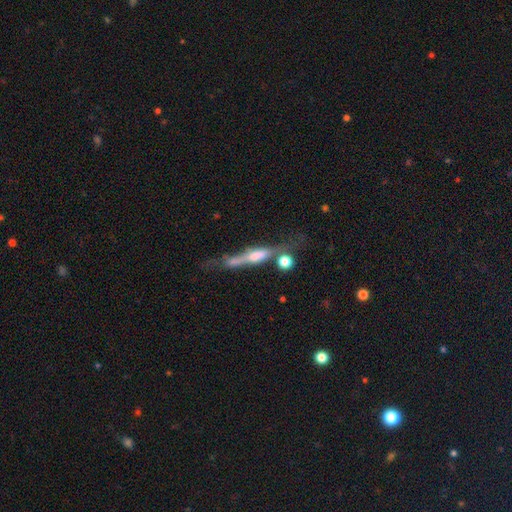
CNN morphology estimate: featured or disk 67%, smooth 23%, star or artifact 10%. Down the decision tree: edge-on disk — yes (85%); edge-on bulge — rounded (54%); merging — none (44%).